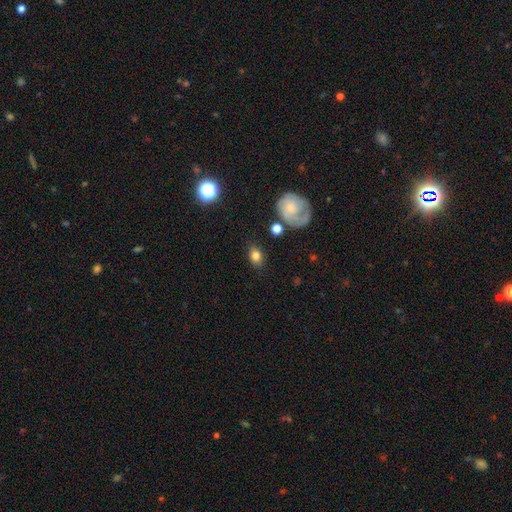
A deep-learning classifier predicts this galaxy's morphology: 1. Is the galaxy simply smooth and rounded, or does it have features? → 76% smooth, 14% featured or disk, 10% star or artifact.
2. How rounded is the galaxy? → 65% in between, 33% round, 2% cigar-shaped.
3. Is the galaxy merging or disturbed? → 79% none, 13% minor disturbance, 4% major disturbance, 4% merger.